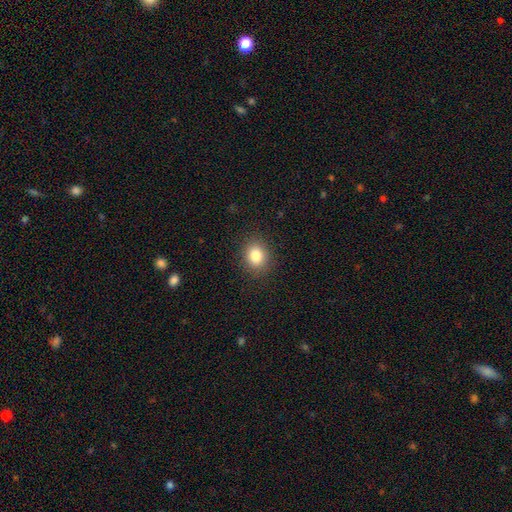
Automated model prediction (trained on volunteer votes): A smooth galaxy with no disk features (83%) that is round (62%).

Vote fractions:
- Smooth or featured? smooth: 83% / star or artifact: 11% / featured or disk: 7%
- How rounded? round: 62% / in between: 37% / cigar-shaped: 1%
- Merging? none: 88% / minor disturbance: 8% / major disturbance: 3% / merger: 1%